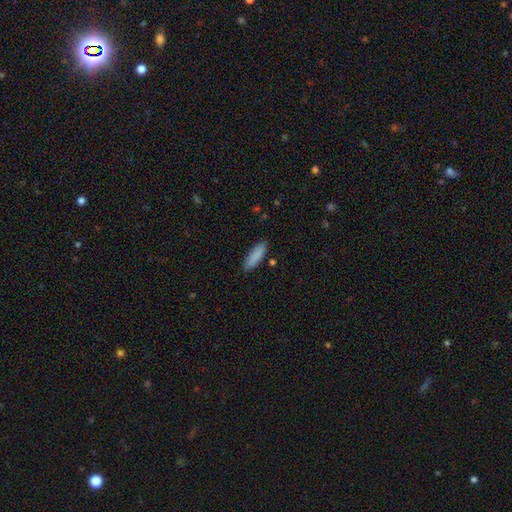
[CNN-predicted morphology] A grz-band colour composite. It shows a smooth galaxy with no disk features (87%) that is cigar-shaped (58%). Merging: none (86%).